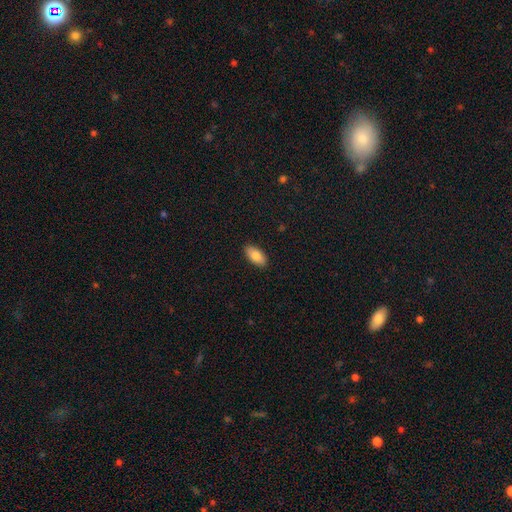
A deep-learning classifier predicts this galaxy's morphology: The model was most divided on "smooth or featured": smooth: 86%, featured or disk: 8%, star or artifact: 6%. More confident: how rounded — in between (93%); merging — none (89%).